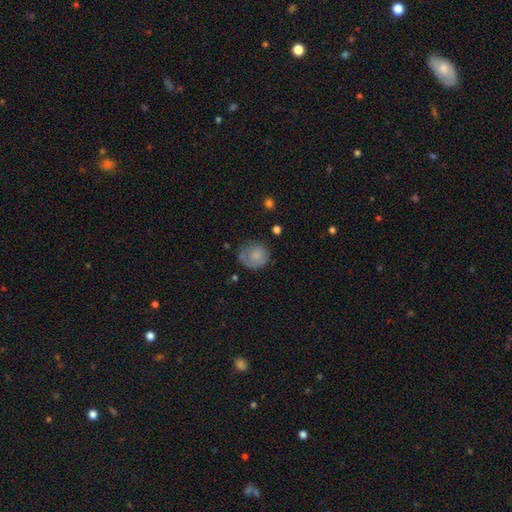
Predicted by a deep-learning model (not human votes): smooth 72%, featured or disk 20%, star or artifact 8%. Down the decision tree: how rounded — round (84%); merging — none (59%).